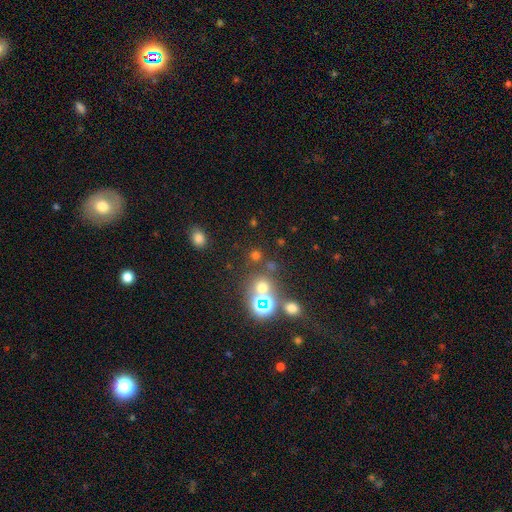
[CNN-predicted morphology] A smooth galaxy with no disk features (59%) that is round (89%). Merging: none (74%).